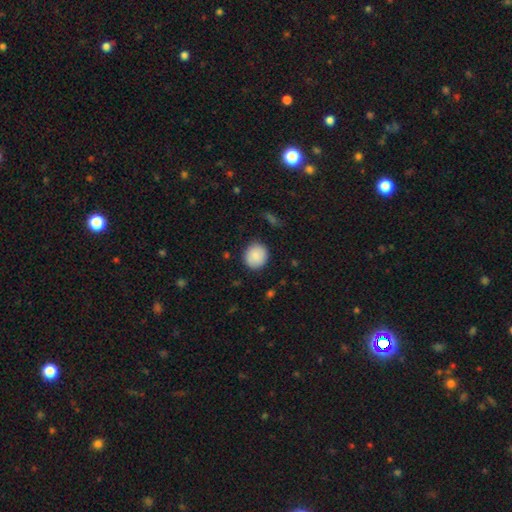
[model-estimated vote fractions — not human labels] Overall: smooth (85%). How rounded: round (87%). Merging: none (87%).